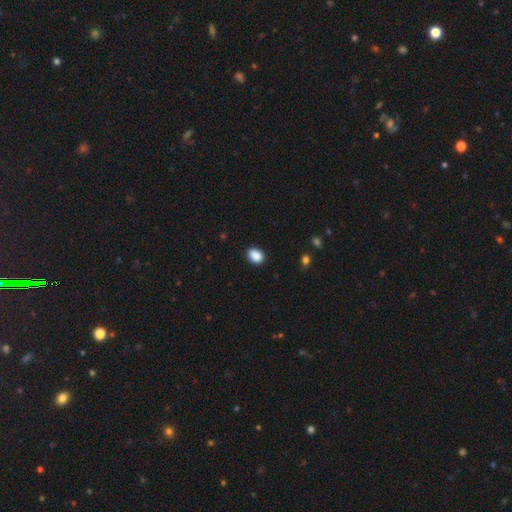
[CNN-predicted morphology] smooth 89%, star or artifact 8%, featured or disk 3%. Down the decision tree: how rounded — in between (70%); merging — none (86%).